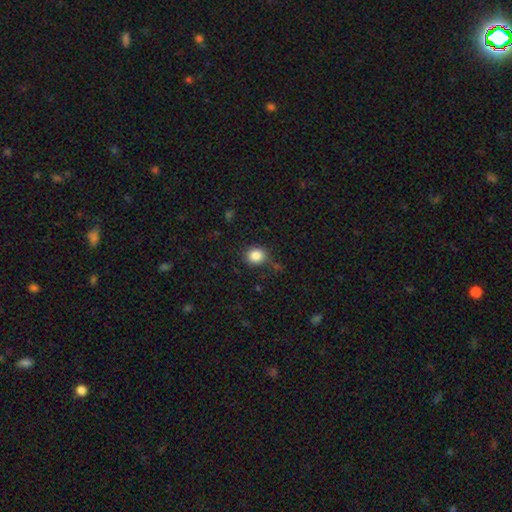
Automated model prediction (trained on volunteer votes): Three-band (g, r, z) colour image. It shows a smooth galaxy with no disk features (85%) that is round (76%). Merging: none (78%).